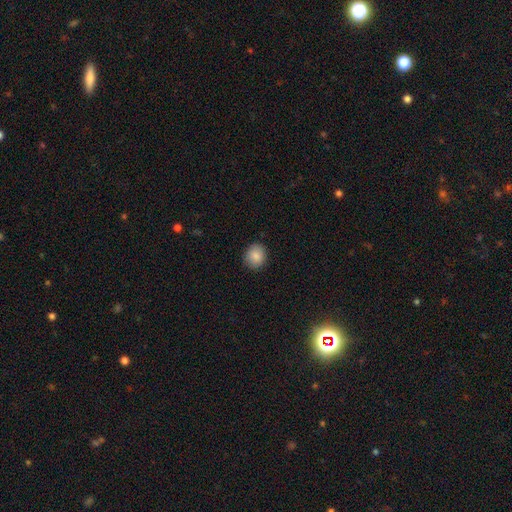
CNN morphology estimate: The model was most divided on "how rounded": round: 72%, in between: 27%, cigar-shaped: 1%. More confident: merging — none (89%); smooth or featured — smooth (87%).